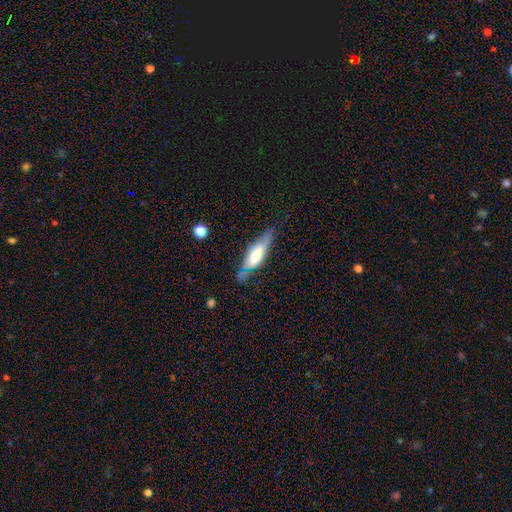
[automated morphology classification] The model was most divided on "smooth or featured": smooth: 49%, featured or disk: 45%, star or artifact: 7%. More confident: merging — none (64%).